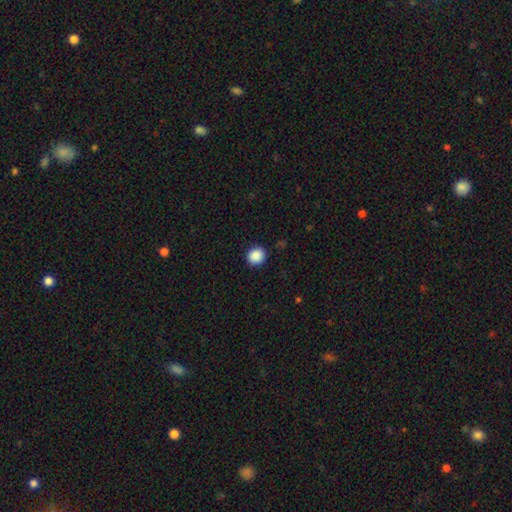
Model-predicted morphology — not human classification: Smooth or featured? smooth (89%)
How rounded? round (86%)
Merging? none (91%)